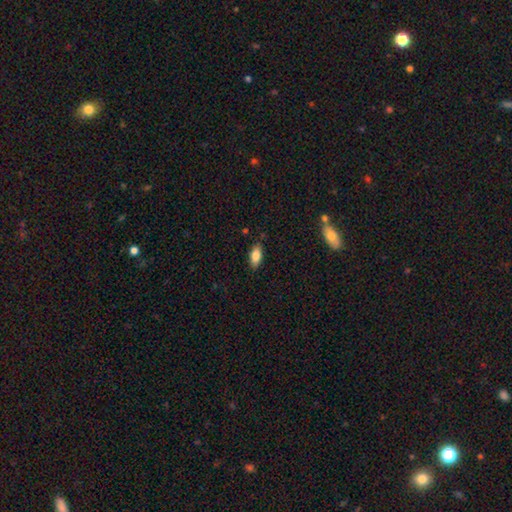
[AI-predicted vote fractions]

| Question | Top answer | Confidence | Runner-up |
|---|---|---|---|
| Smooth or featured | smooth | 81% | featured or disk (12%) |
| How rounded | in between | 86% | cigar-shaped (12%) |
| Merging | none | 83% | minor disturbance (13%) |